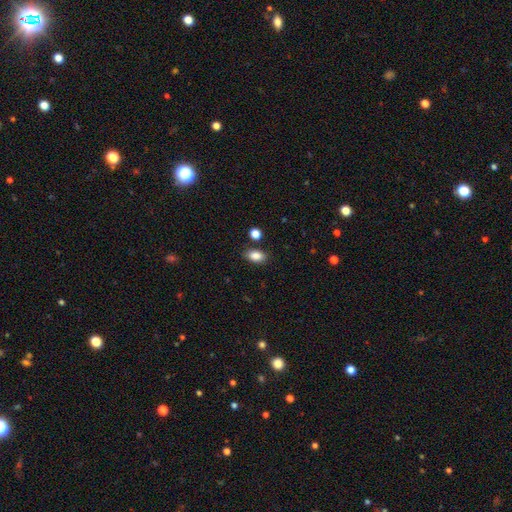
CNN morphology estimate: smooth_or_featured: smooth (p=0.87) [alt: star or artifact p=0.09]
how_rounded: in between (p=0.86) [alt: round p=0.12]
merging: none (p=0.82) [alt: minor disturbance p=0.11]